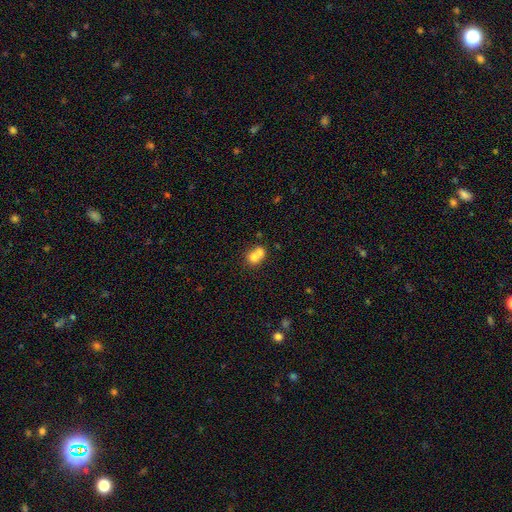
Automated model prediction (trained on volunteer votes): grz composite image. It shows a smooth galaxy with no disk features (70%) that is round (71%). Merging: merger (65%).